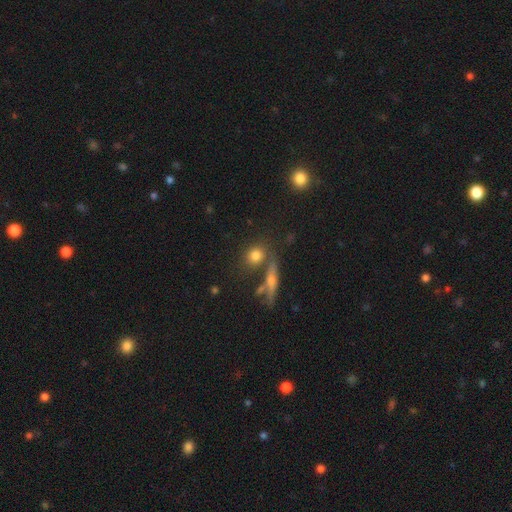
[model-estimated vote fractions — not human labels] Smooth or featured? Predicted: smooth (p=0.76). How rounded? Predicted: round (p=0.72). Merging? Predicted: none (p=0.67).